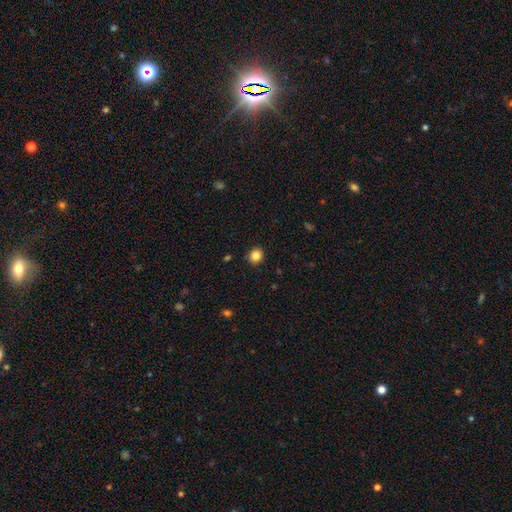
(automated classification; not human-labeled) Smooth or featured?
  - smooth: 85% *
  - star or artifact: 11%
  - featured or disk: 5%
How rounded?
  - round: 84% *
  - in between: 15%
  - cigar-shaped: 1%
Merging?
  - none: 91% *
  - minor disturbance: 6%
  - major disturbance: 2%
  - merger: 1%